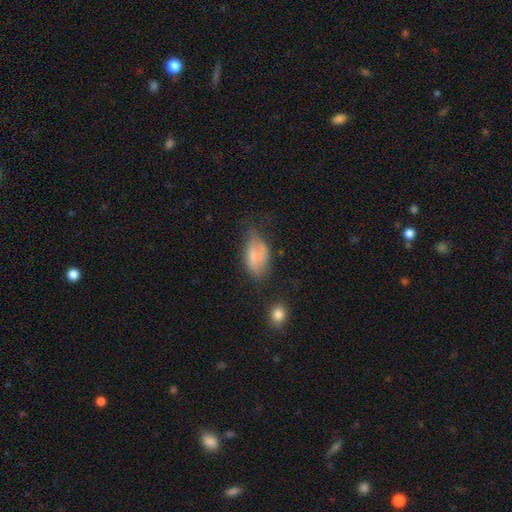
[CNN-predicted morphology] Smooth or featured? smooth (62%)
How rounded? in between (90%)
Merging? none (41%)